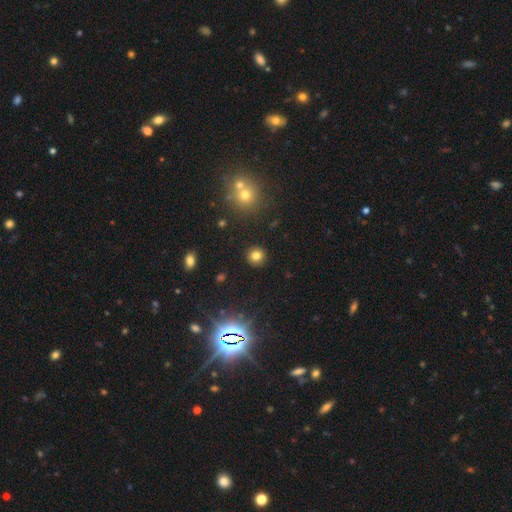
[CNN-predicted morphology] This appears to be a smooth galaxy with no disk features (78%) that is round (91%). Merging: none (91%).